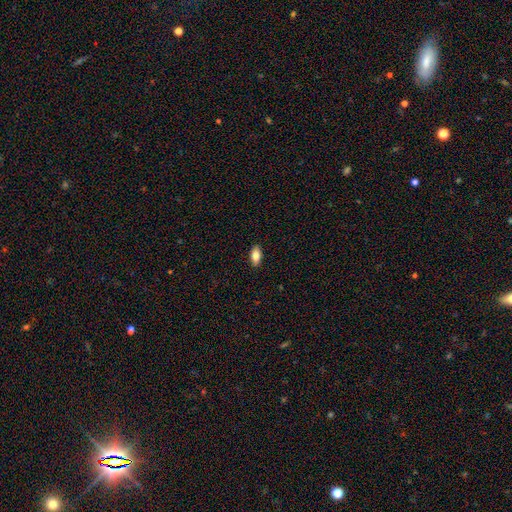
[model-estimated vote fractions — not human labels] Smooth or featured?
  - smooth: 82% *
  - featured or disk: 11%
  - star or artifact: 7%
How rounded?
  - in between: 89% *
  - cigar-shaped: 8%
  - round: 3%
Merging?
  - none: 90% *
  - minor disturbance: 8%
  - major disturbance: 2%
  - merger: 1%